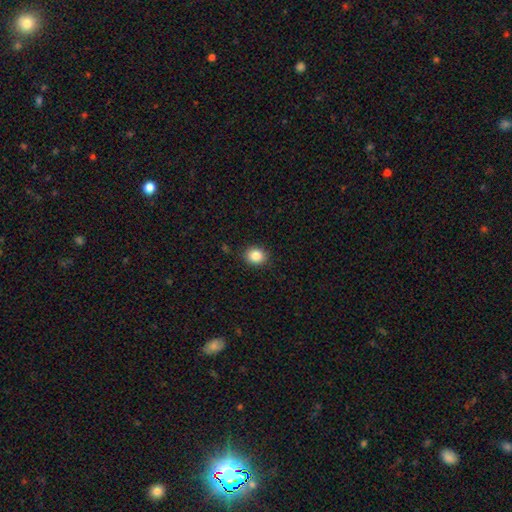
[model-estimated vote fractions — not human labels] Morphology: type=smooth (86%); roundness=round (72%); merging=none (89%).